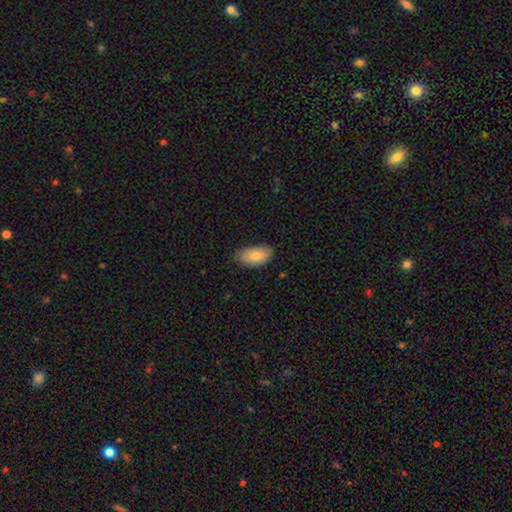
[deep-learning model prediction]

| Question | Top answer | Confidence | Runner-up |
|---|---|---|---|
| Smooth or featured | smooth | 85% | featured or disk (9%) |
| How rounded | in between | 93% | cigar-shaped (4%) |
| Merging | none | 76% | minor disturbance (20%) |